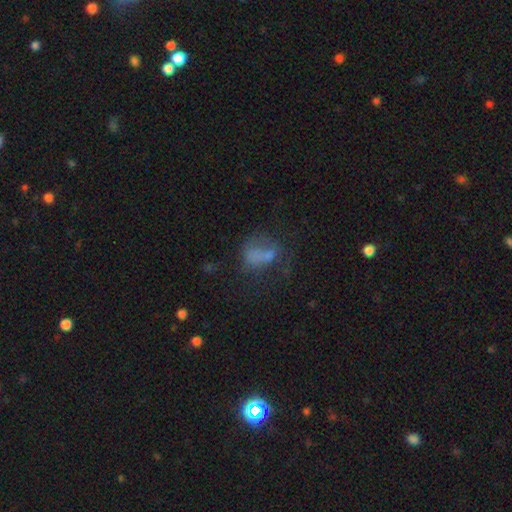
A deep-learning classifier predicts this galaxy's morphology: smooth 54%, featured or disk 28%, star or artifact 17%. Down the decision tree: how rounded — in between (66%); merging — major disturbance (32%, tied with none).